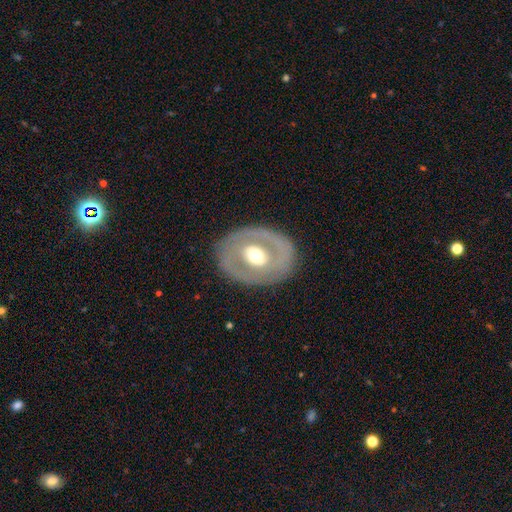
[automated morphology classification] Q: Smooth or featured?
A: featured or disk (65%); runner-up: smooth (29%)
Q: Edge-on disk?
A: no (93%); runner-up: yes (7%)
Q: Bar?
A: no (51%); runner-up: weak (31%)
Q: Spiral arms?
A: no (75%); runner-up: yes (25%)
Q: Bulge size?
A: moderate (68%); runner-up: large (16%)
Q: Merging?
A: none (81%); runner-up: minor disturbance (12%)